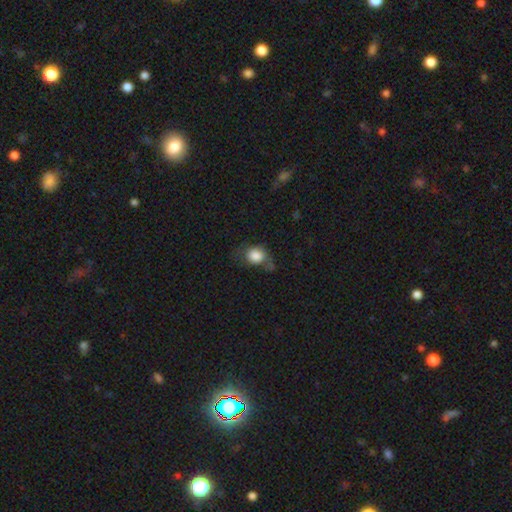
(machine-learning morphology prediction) This is clearly a smooth galaxy (83%). How rounded: likely round (60%). Merging: marginally none (44%).